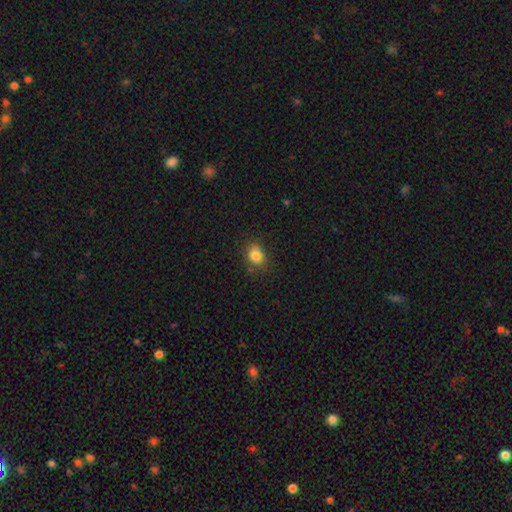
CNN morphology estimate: Smooth or featured? smooth (84%)
How rounded? round (55%)
Merging? none (76%)